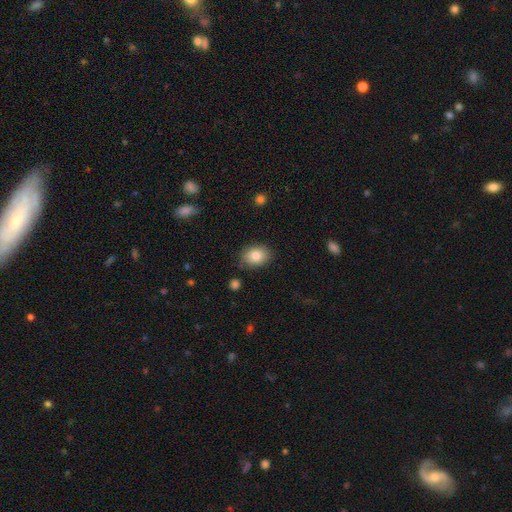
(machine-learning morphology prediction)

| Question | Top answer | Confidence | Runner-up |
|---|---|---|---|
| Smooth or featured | smooth | 82% | featured or disk (10%) |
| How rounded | in between | 69% | round (30%) |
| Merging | none | 84% | minor disturbance (12%) |